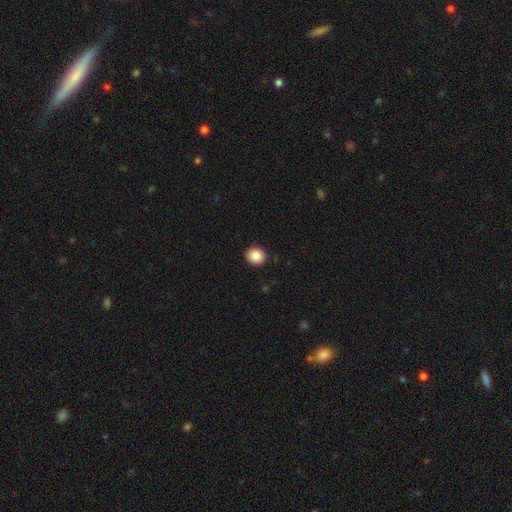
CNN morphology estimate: Smooth or featured? Predicted: smooth (p=0.87). How rounded? Predicted: round (p=0.85). Merging? Predicted: none (p=0.92).